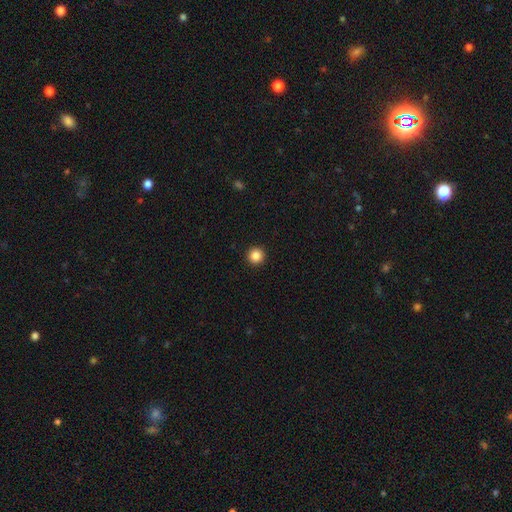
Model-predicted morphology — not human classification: A smooth galaxy with no disk features (86%) that is round (96%).

Vote fractions:
- Smooth or featured? smooth: 86% / star or artifact: 10% / featured or disk: 4%
- How rounded? round: 96% / in between: 3% / cigar-shaped: 1%
- Merging? none: 94% / minor disturbance: 4% / major disturbance: 1% / merger: 1%